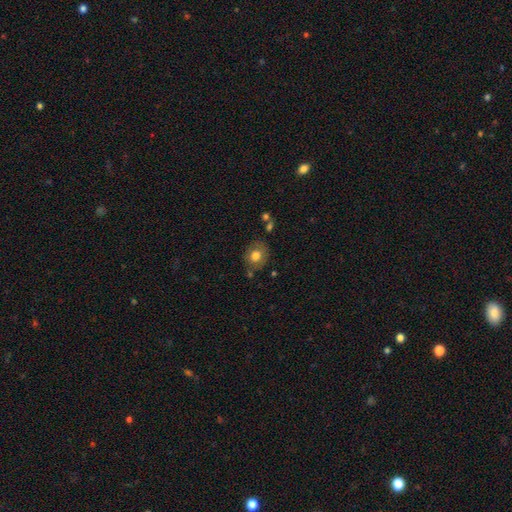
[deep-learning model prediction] Smooth or featured: smooth — 74% (featured or disk — 17%)
How rounded: round — 64% (in between — 35%)
Merging: none — 74% (minor disturbance — 16%)